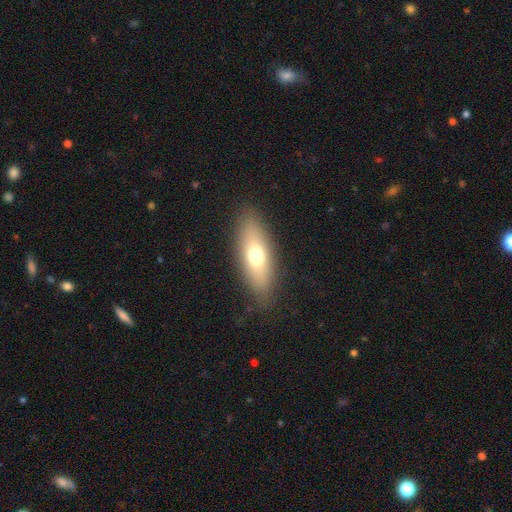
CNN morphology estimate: Smooth or featured: smooth — 67% (featured or disk — 25%)
How rounded: in between — 68% (cigar-shaped — 28%)
Merging: none — 86% (minor disturbance — 9%)